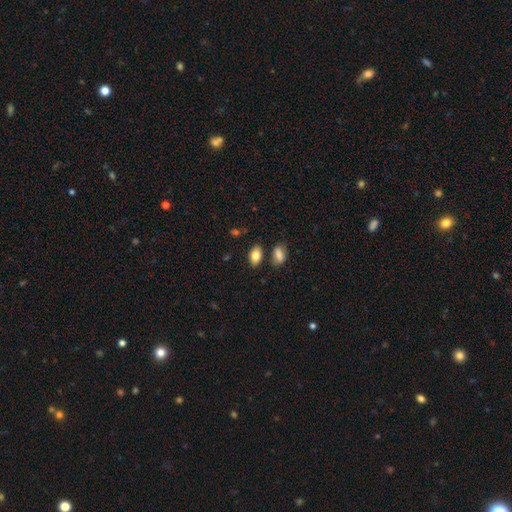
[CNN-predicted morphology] Smooth or featured: smooth — 84% (star or artifact — 8%)
How rounded: in between — 89% (round — 8%)
Merging: none — 78% (minor disturbance — 12%)